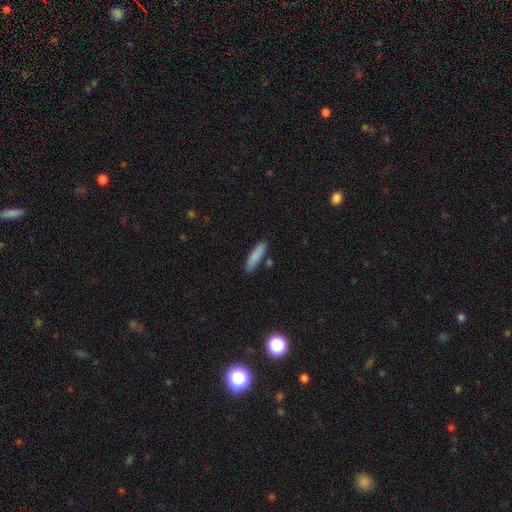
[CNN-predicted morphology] smooth-or-featured: smooth: 86% | featured or disk: 8% | star or artifact: 6%
  how-rounded: cigar-shaped: 73% | in between: 25% | round: 1%
  merging: none: 82% | minor disturbance: 11% | merger: 4% | major disturbance: 2%